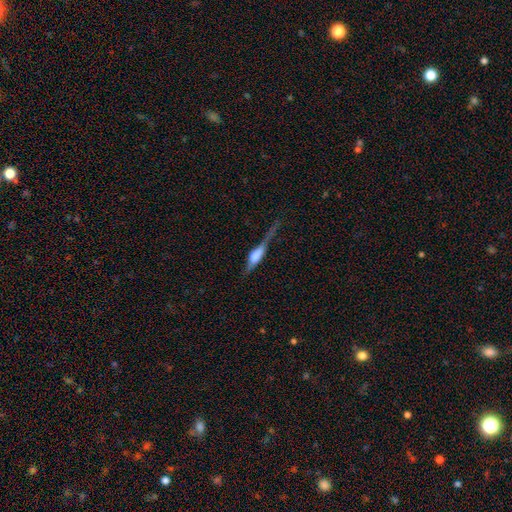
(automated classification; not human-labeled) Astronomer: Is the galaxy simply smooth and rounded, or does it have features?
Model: featured or disk — 61%.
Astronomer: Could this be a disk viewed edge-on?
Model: yes — 95%.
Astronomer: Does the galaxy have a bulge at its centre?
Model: rounded — 73%.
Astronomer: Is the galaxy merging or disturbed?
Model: none — 53%.